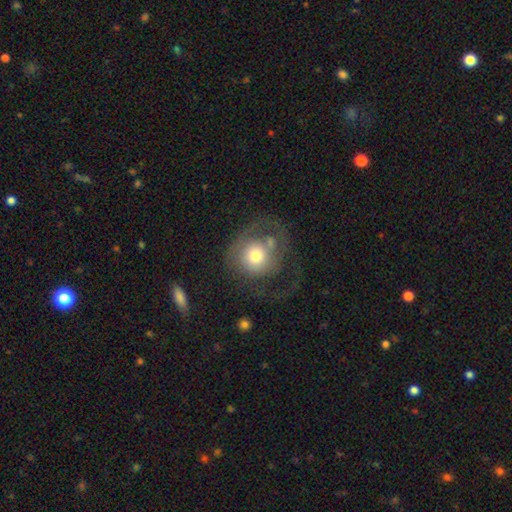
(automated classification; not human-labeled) Smooth or featured: smooth — 49% (featured or disk — 42%)
Merging: major disturbance — 45% (none — 33%)